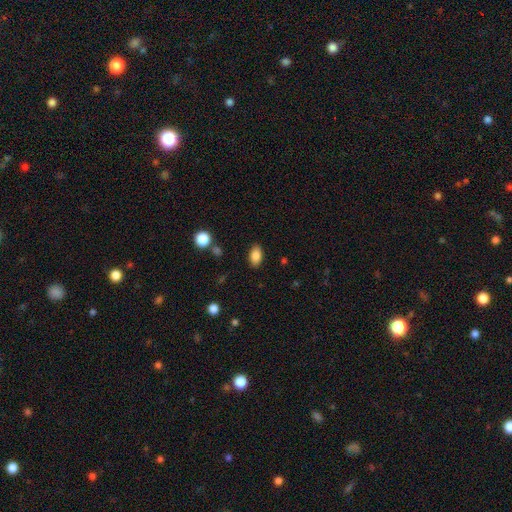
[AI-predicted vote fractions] The model was most divided on "smooth or featured": smooth: 85%, star or artifact: 8%, featured or disk: 6%. More confident: how rounded — in between (90%); merging — none (86%).